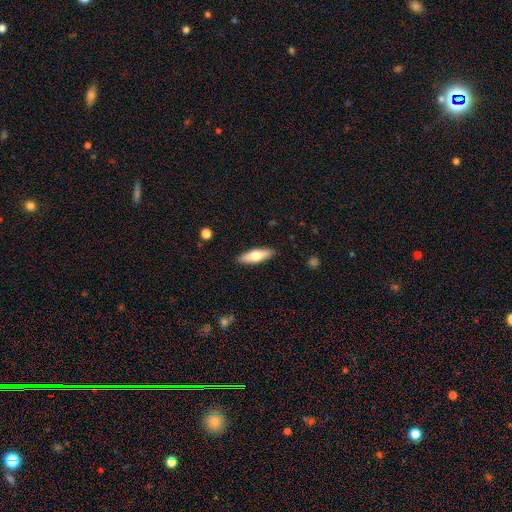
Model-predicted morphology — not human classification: smooth 61%, featured or disk 34%, star or artifact 6%. Down the decision tree: how rounded — cigar-shaped (52%); merging — none (89%).